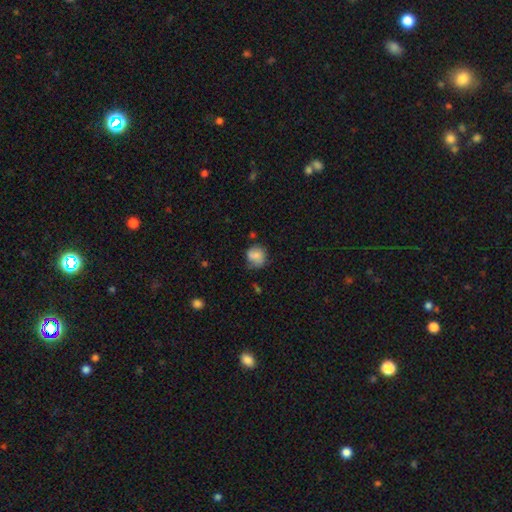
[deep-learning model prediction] This appears to be a smooth galaxy with no disk features (79%) that is round (77%). Merging: none (56%).